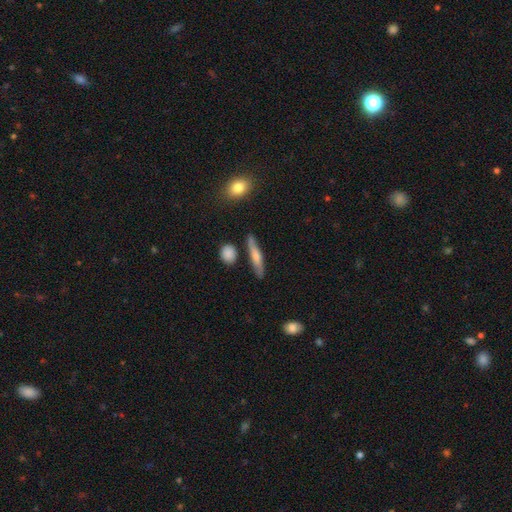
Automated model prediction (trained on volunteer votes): smooth 49%, featured or disk 44%, star or artifact 8%. Down the decision tree: merging — none (79%).